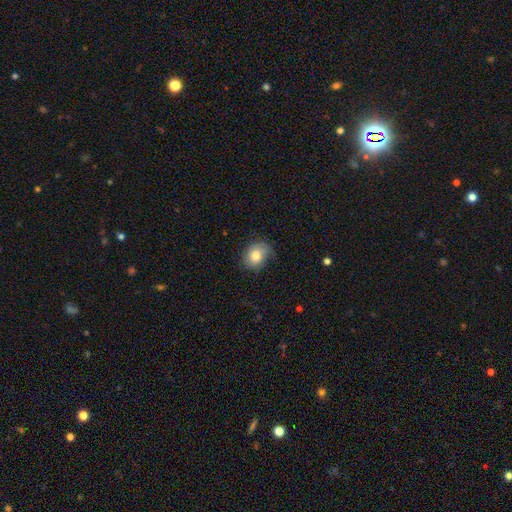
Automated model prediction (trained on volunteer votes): This is likely a smooth galaxy (74%). How rounded: possibly round (54%). Merging: likely none (66%).